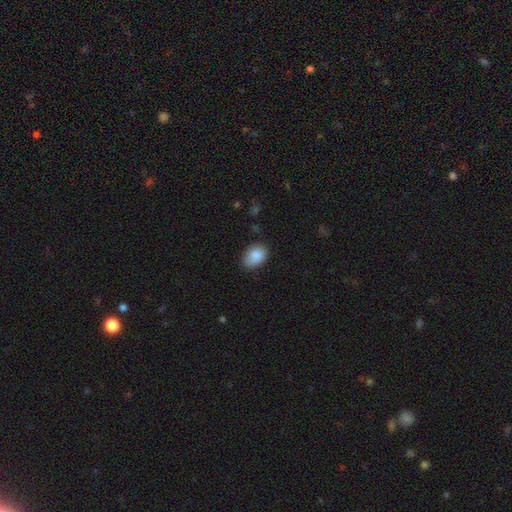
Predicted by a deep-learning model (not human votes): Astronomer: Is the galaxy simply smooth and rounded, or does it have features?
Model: smooth — 88%.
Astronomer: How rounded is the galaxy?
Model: in between — 81%.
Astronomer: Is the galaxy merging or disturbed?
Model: none — 75%.